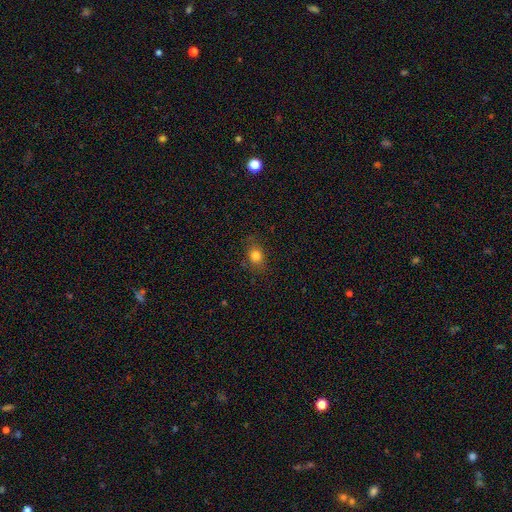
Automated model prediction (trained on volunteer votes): A smooth galaxy with no disk features (80%) that is round (54%).

Vote fractions:
- Smooth or featured? smooth: 80% / star or artifact: 13% / featured or disk: 7%
- How rounded? round: 54% / in between: 44% / cigar-shaped: 2%
- Merging? none: 82% / minor disturbance: 13% / major disturbance: 4% / merger: 1%